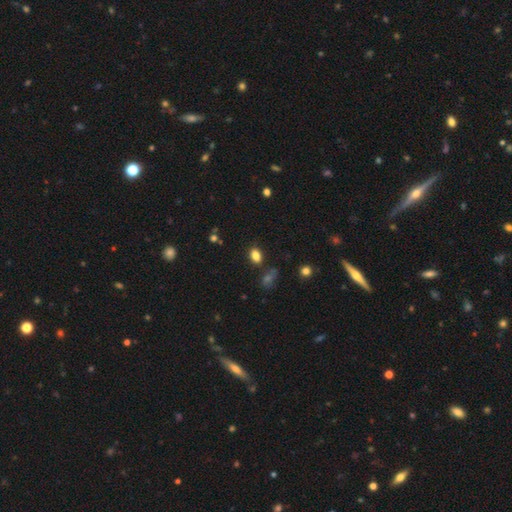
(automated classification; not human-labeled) Smooth or featured?
  - smooth: 83% *
  - star or artifact: 12%
  - featured or disk: 6%
How rounded?
  - in between: 81% *
  - round: 17%
  - cigar-shaped: 2%
Merging?
  - none: 81% *
  - minor disturbance: 11%
  - merger: 5%
  - major disturbance: 3%